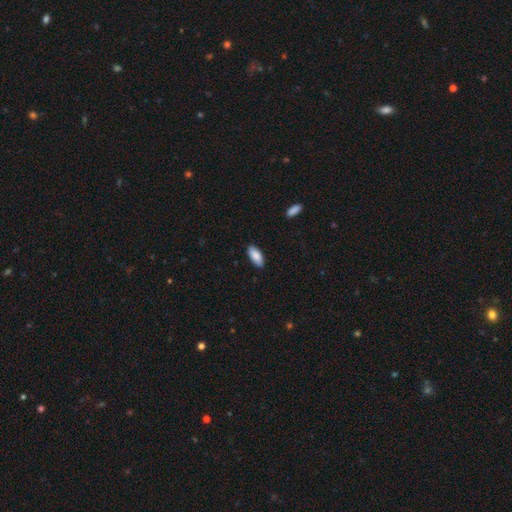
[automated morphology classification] smooth 87%, featured or disk 7%, star or artifact 6%. Down the decision tree: how rounded — in between (86%); merging — none (87%).